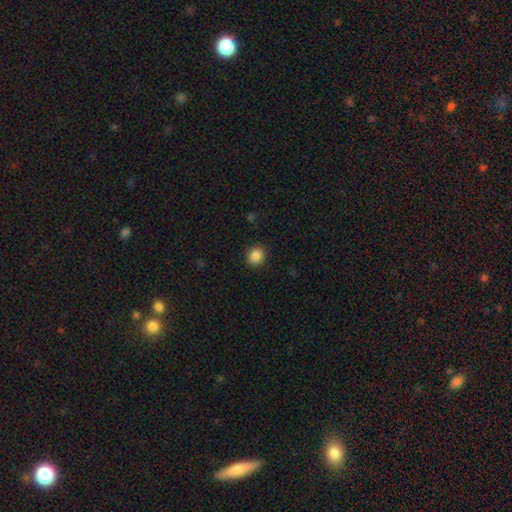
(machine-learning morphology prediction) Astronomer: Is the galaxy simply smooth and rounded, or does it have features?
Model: smooth — 87%.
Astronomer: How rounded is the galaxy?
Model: round — 83%.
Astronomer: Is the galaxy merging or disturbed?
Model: none — 90%.